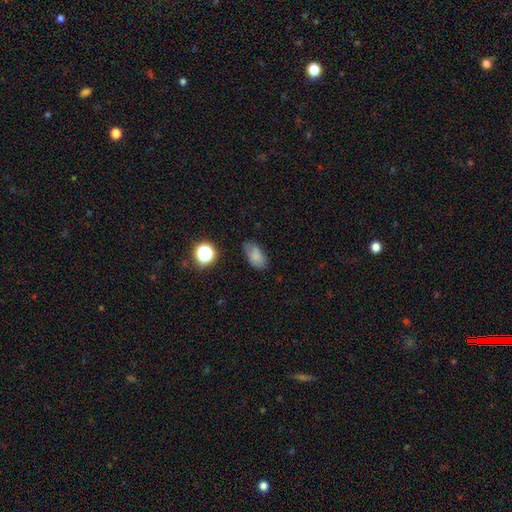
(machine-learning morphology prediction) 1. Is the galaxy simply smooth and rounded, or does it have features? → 76% smooth, 13% star or artifact, 11% featured or disk.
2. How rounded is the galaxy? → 89% in between, 8% round, 3% cigar-shaped.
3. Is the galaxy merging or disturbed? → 62% none, 27% minor disturbance, 8% major disturbance, 3% merger.